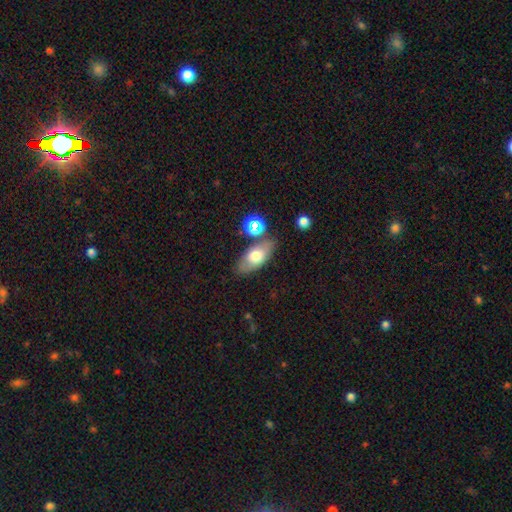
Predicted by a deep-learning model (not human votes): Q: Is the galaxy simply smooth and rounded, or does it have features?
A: smooth — 67%.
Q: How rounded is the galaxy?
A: in between — 86%.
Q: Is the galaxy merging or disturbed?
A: none — 72%.